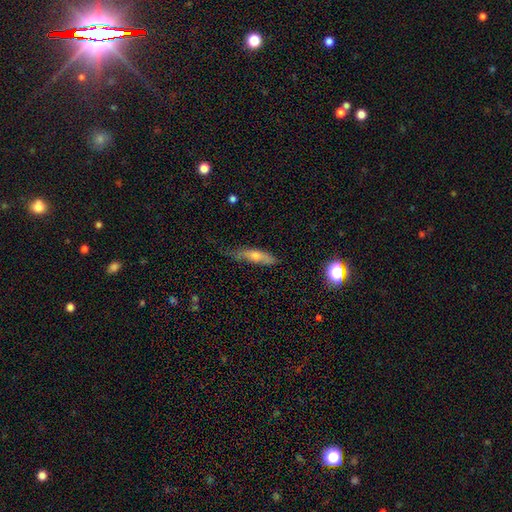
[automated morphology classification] A smooth galaxy with no disk features (55%) that is cigar-shaped (75%). Merging: none (57%).